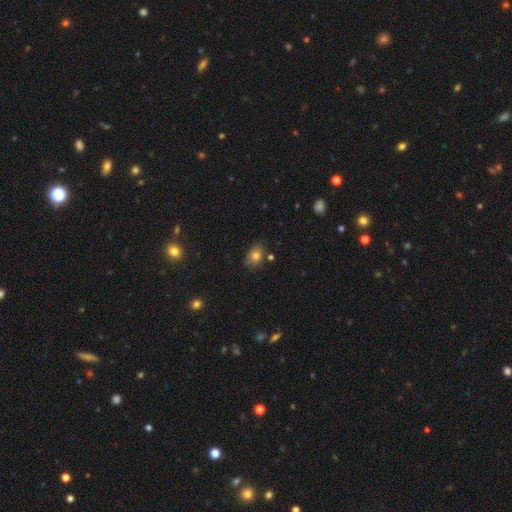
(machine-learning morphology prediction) smooth 75%, star or artifact 13%, featured or disk 13%. Down the decision tree: how rounded — in between (68%); merging — none (70%).